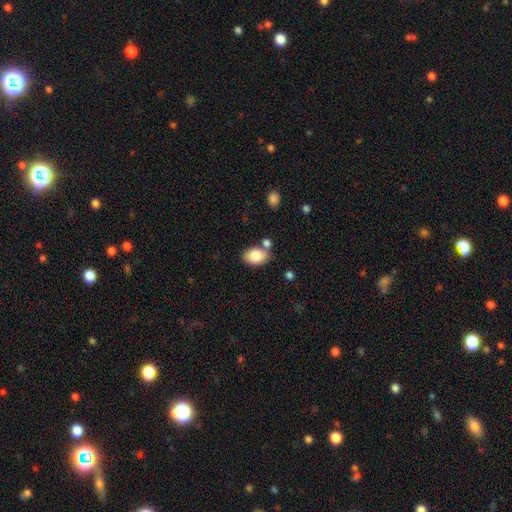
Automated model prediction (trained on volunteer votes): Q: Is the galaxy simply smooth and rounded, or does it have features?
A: smooth — 83%.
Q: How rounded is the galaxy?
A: in between — 87%.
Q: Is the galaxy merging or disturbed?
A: none — 68%.